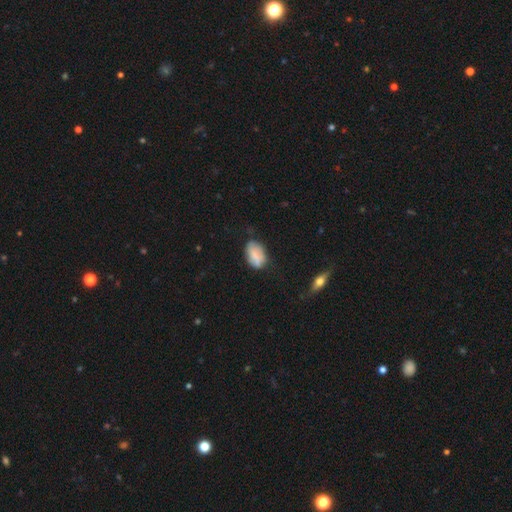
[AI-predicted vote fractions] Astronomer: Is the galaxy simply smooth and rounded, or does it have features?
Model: smooth — 75%.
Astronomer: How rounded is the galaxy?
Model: in between — 90%.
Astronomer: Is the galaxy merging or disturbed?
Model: none — 59%.